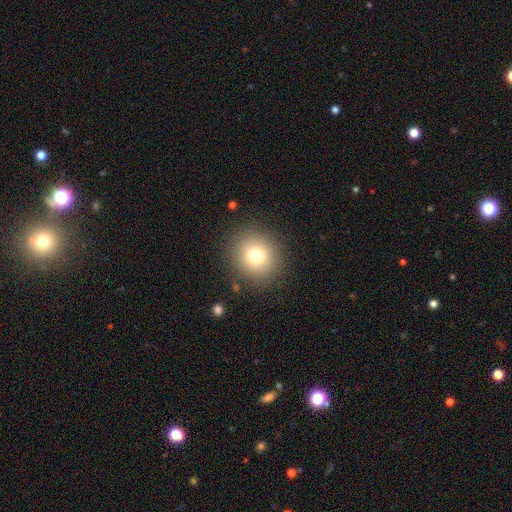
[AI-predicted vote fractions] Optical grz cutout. It shows a smooth galaxy with no disk features (76%) that is round (89%). Merging: none (88%).